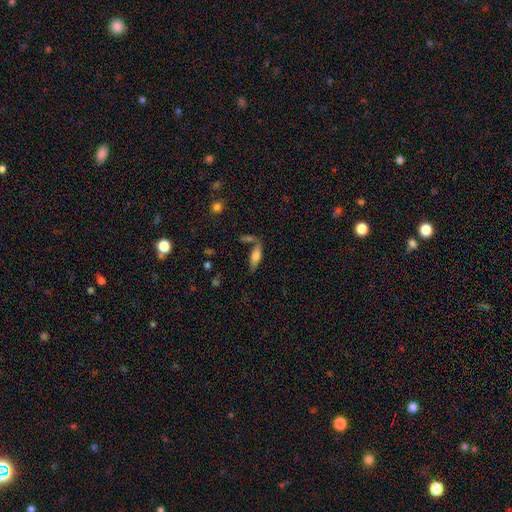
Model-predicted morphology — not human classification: smooth 71%, featured or disk 21%, star or artifact 8%. Down the decision tree: how rounded — in between (63%); merging — none (55%).